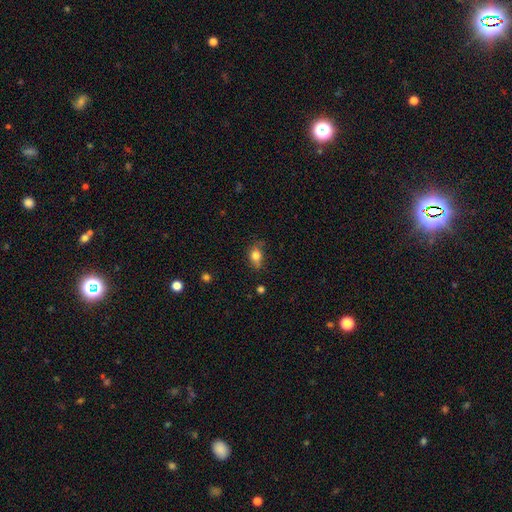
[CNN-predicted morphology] The model was most divided on "merging": none: 55%, minor disturbance: 32%, major disturbance: 10%, merger: 3%. More confident: smooth or featured — smooth (80%); how rounded — in between (68%).